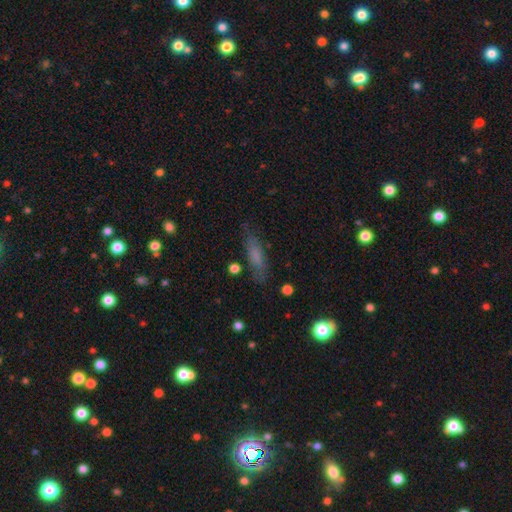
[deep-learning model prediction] Smooth or featured? Predicted: smooth (p=0.65). How rounded? Predicted: cigar-shaped (p=0.66). Merging? Predicted: none (p=0.79).